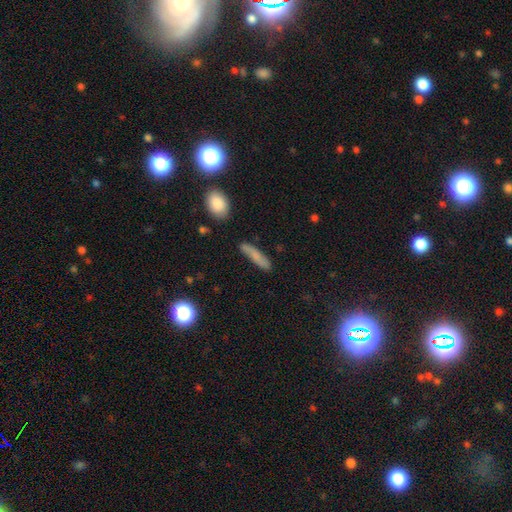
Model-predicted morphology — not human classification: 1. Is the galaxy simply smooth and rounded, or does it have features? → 70% smooth, 21% featured or disk, 8% star or artifact.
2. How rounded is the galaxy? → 82% cigar-shaped, 16% in between, 3% round.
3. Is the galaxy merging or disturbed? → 75% none, 18% minor disturbance, 4% major disturbance, 4% merger.